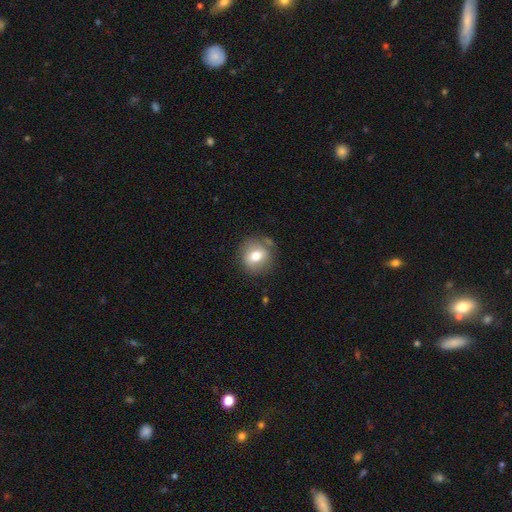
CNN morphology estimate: type=smooth (72%); roundness=round (82%); merging=none (78%).